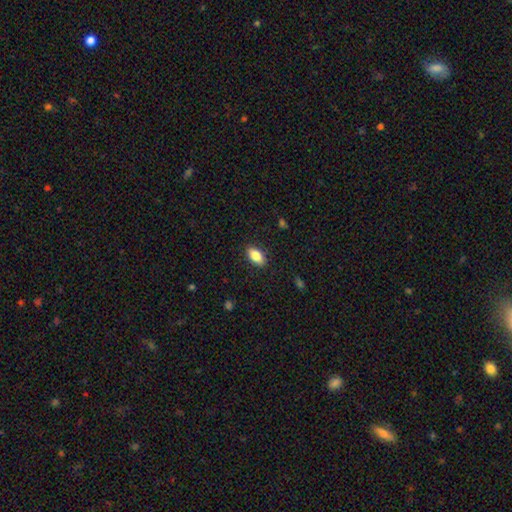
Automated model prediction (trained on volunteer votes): smooth 84%, featured or disk 9%, star or artifact 7%. Down the decision tree: how rounded — in between (90%); merging — none (88%).